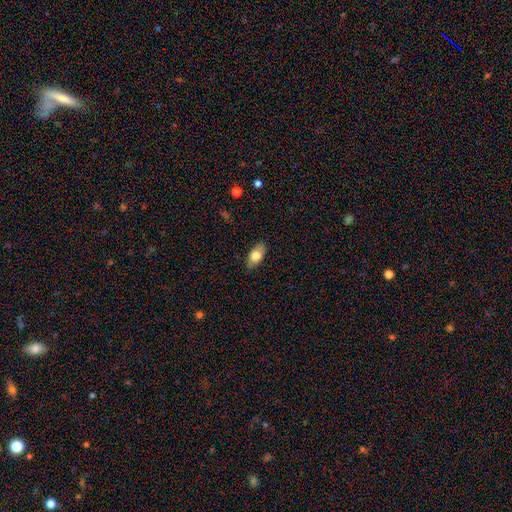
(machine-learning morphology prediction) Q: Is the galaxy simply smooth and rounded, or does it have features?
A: smooth — 78%.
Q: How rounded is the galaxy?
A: in between — 90%.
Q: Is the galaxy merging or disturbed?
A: none — 85%.